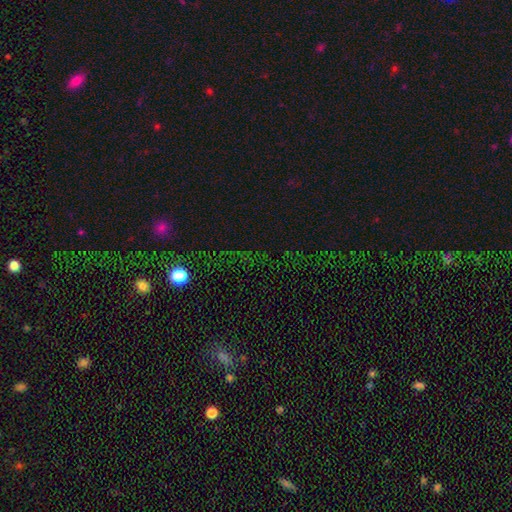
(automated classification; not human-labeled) star or artifact 71%, smooth 18%, featured or disk 11%.